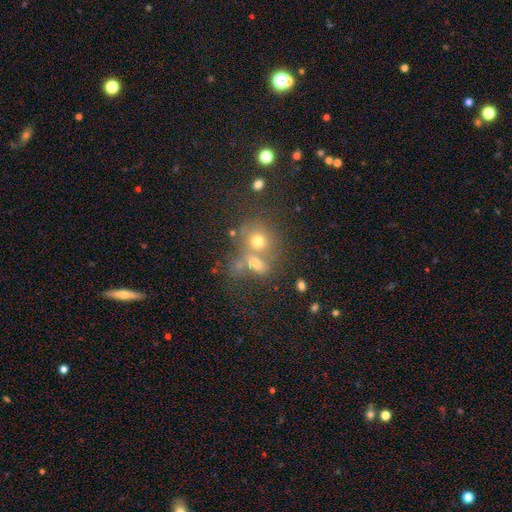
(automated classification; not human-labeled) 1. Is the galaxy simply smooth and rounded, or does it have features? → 54% smooth, 23% featured or disk, 22% star or artifact.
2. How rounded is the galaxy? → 67% round, 30% in between, 2% cigar-shaped.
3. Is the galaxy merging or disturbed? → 60% merger, 27% none, 7% minor disturbance, 6% major disturbance.